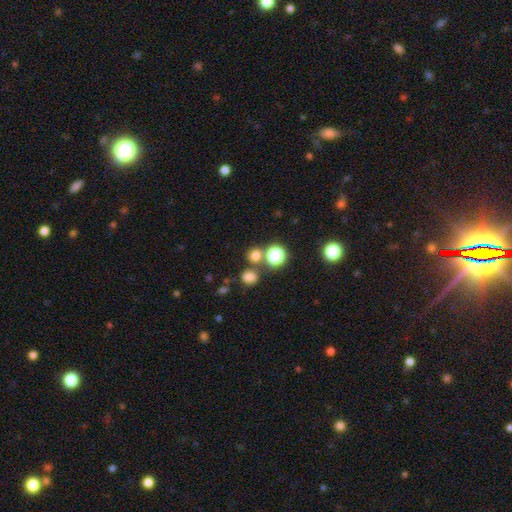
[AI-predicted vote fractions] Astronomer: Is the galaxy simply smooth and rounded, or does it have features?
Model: smooth — 71%.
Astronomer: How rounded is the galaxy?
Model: round — 83%.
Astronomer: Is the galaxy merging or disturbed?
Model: none — 68%.